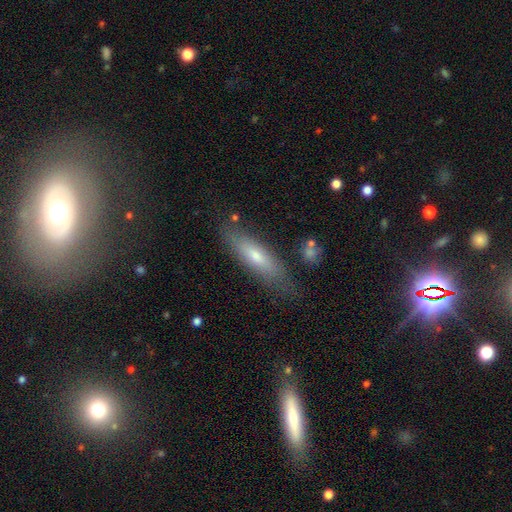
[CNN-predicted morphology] This is possibly a smooth galaxy (58%). How rounded: likely cigar-shaped (66%). Merging: likely none (76%).